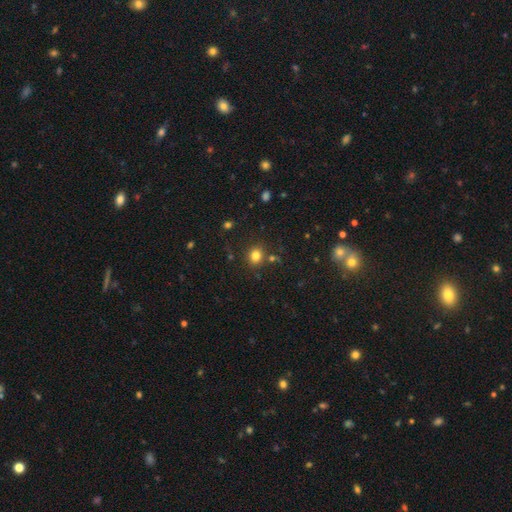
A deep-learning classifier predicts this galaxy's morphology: Overall: smooth (80%). How rounded: round (74%). Merging: none (80%).